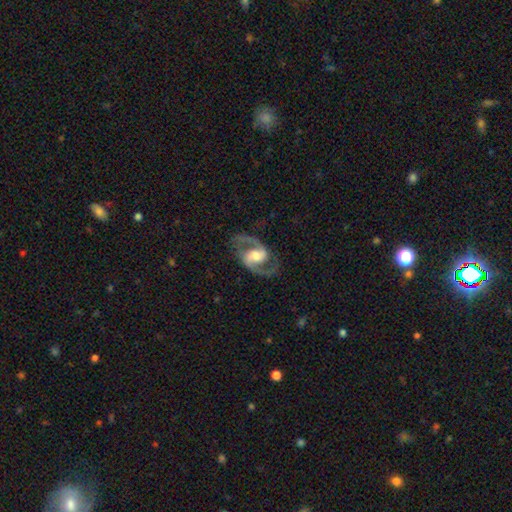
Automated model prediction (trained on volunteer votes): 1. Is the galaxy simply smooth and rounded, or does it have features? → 91% featured or disk, 5% smooth, 4% star or artifact.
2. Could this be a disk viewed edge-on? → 98% no, 2% yes.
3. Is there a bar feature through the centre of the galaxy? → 46% weak, 30% no, 25% strong.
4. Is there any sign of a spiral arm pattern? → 97% yes, 3% no.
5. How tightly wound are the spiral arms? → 63% medium, 23% loose, 14% tight.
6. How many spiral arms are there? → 94% 2, 2% can't tell, 1% 3, 1% 1, 1% 4, 1% more than 4.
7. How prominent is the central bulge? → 56% moderate, 26% large, 13% small, 3% none, 2% dominant.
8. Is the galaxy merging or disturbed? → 81% none, 11% minor disturbance, 6% major disturbance, 1% merger.